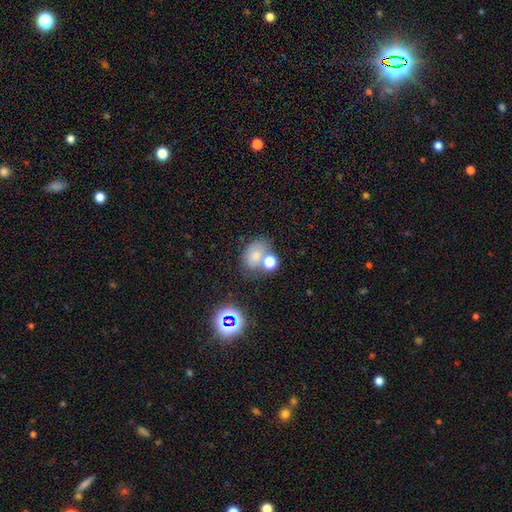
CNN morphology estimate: This appears to be a smooth galaxy with no disk features (68%) that is in between round and cigar-shaped (63%). Merging: none (49%).